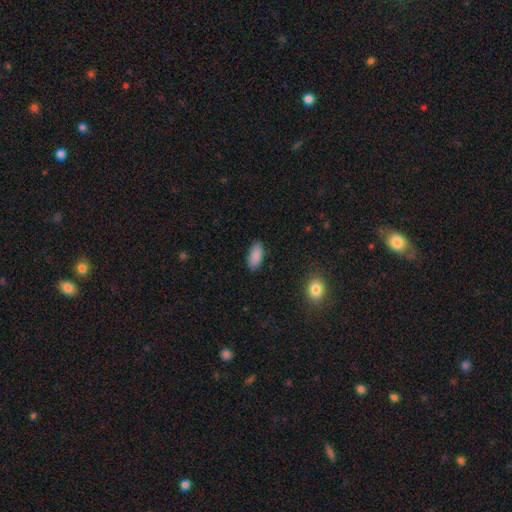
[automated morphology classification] Smooth or featured: smooth — 88% (star or artifact — 7%)
How rounded: in between — 90% (cigar-shaped — 8%)
Merging: none — 86% (minor disturbance — 11%)